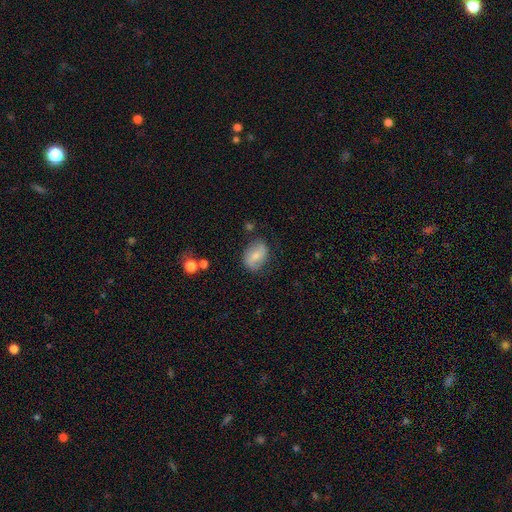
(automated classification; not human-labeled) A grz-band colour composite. It shows a smooth galaxy with no disk features (64%) that is in between round and cigar-shaped (75%). Merging: none (75%).